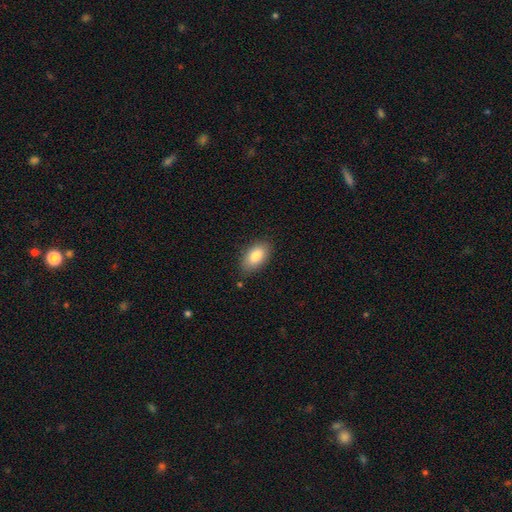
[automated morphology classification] The model was most divided on "merging": none: 83%, minor disturbance: 12%, major disturbance: 3%, merger: 2%. More confident: how rounded — in between (93%); smooth or featured — smooth (83%).